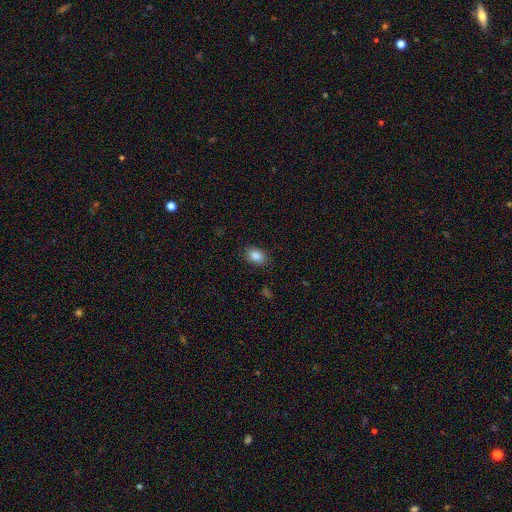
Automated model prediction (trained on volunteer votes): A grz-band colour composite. It shows a smooth galaxy with no disk features (86%) that is in between round and cigar-shaped (81%). Merging: none (87%).